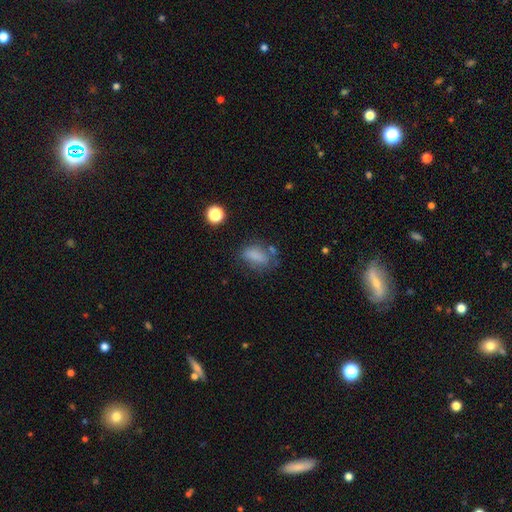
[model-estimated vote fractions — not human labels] smooth_or_featured: smooth (p=0.76) [alt: featured or disk p=0.12]
how_rounded: in between (p=0.81) [alt: round p=0.11]
merging: none (p=0.54) [alt: minor disturbance p=0.24]